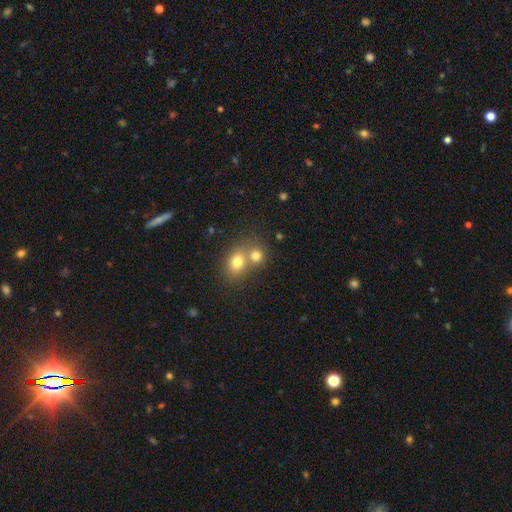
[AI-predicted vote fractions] Smooth or featured? Predicted: smooth (p=0.76). How rounded? Predicted: round (p=0.69). Merging? Predicted: merger (p=0.55).